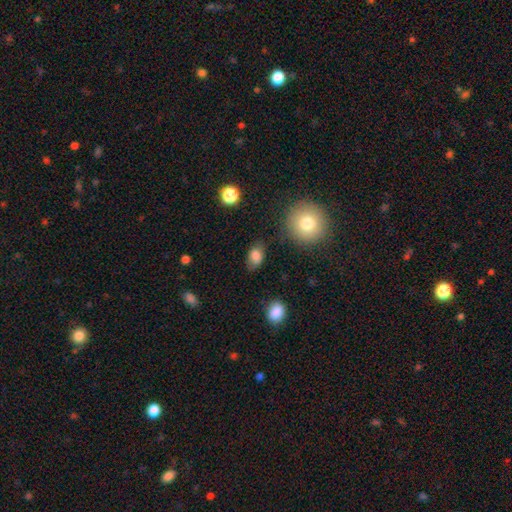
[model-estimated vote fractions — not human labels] smooth-or-featured: smooth: 81% | featured or disk: 9% | star or artifact: 9%
  how-rounded: in between: 85% | round: 13% | cigar-shaped: 2%
  merging: none: 75% | minor disturbance: 17% | major disturbance: 5% | merger: 3%